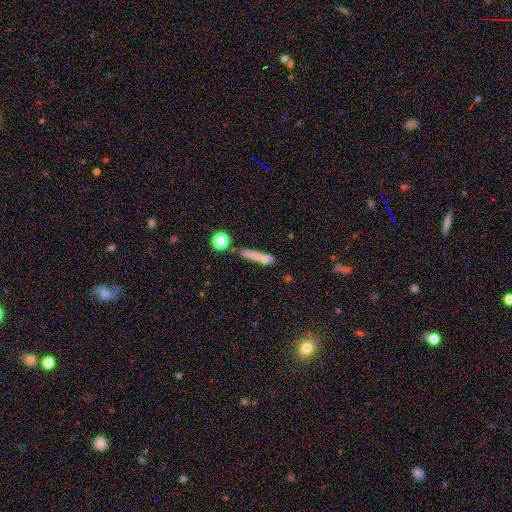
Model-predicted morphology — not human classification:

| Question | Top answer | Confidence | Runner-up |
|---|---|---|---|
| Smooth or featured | smooth | 66% | featured or disk (23%) |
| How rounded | cigar-shaped | 86% | in between (9%) |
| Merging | none | 67% | minor disturbance (14%) |